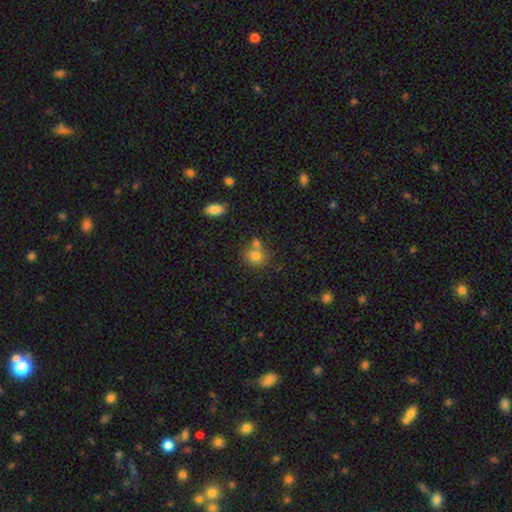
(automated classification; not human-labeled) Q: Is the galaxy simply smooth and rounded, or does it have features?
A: smooth — 78%.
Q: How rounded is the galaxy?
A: round — 79%.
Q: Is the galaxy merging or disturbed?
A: none — 53%.